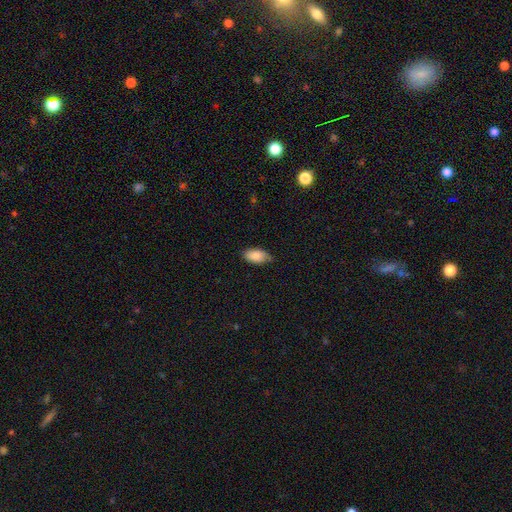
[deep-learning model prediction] smooth-or-featured: smooth: 86% | featured or disk: 7% | star or artifact: 7%
  how-rounded: in between: 94% | round: 3% | cigar-shaped: 3%
  merging: none: 69% | minor disturbance: 26% | major disturbance: 4% | merger: 1%